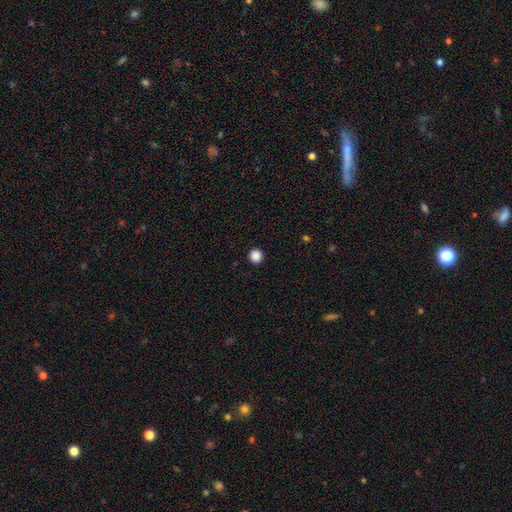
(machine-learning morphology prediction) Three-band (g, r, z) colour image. It shows a smooth galaxy with no disk features (88%) that is round (95%). Merging: none (93%).